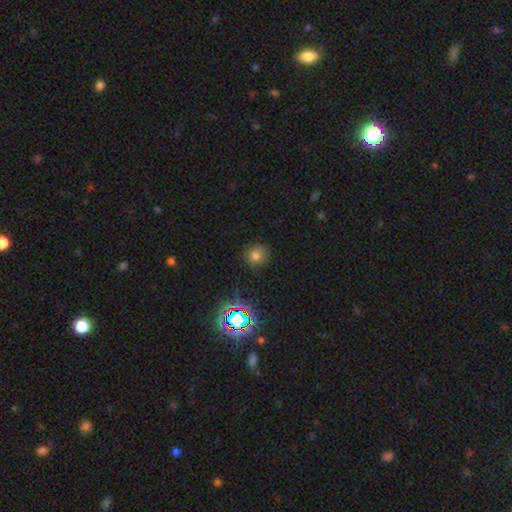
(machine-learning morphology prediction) A smooth galaxy with no disk features (72%) that is round (90%). Merging: none (85%).